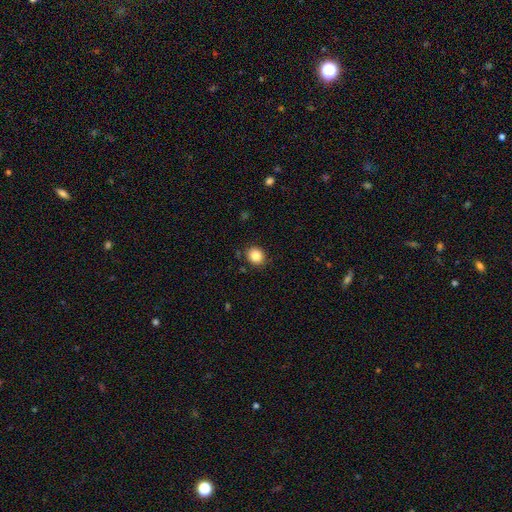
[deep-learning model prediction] This appears to be a smooth galaxy with no disk features (85%) that is round (73%). Merging: none (87%).